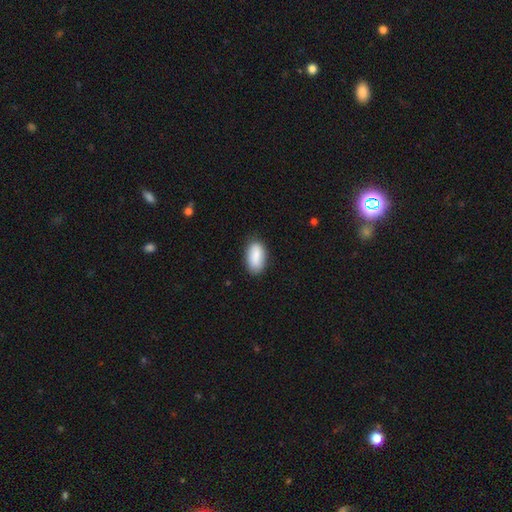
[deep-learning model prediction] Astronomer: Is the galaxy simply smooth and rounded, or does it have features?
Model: smooth — 87%.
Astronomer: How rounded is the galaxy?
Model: in between — 93%.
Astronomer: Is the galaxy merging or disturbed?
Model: none — 83%.